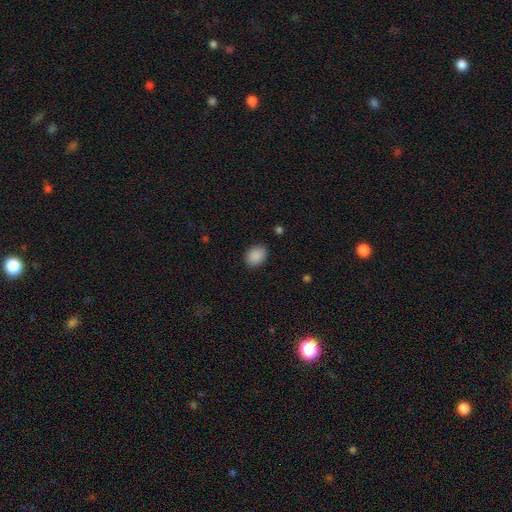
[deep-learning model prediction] smooth-or-featured: smooth: 90% | star or artifact: 8% | featured or disk: 3%
  how-rounded: in between: 66% | round: 33% | cigar-shaped: 1%
  merging: none: 87% | minor disturbance: 10% | major disturbance: 3% | merger: 1%